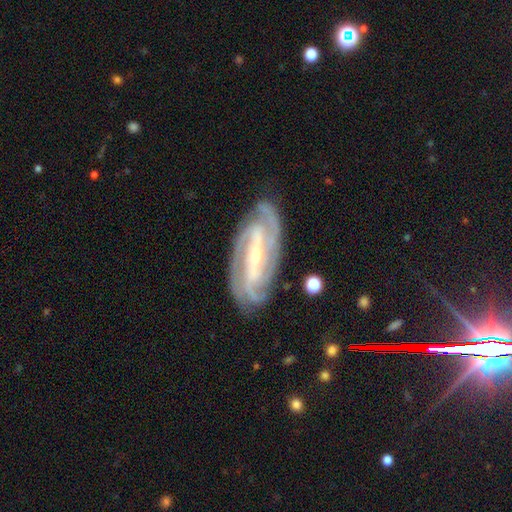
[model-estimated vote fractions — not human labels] smooth_or_featured: featured or disk (p=0.92) [alt: star or artifact p=0.04]
disk_edge_on: no (p=0.93) [alt: yes p=0.07]
bar: strong (p=0.66) [alt: weak p=0.22]
has_spiral_arms: yes (p=0.98) [alt: no p=0.02]
spiral_winding: tight (p=0.60) [alt: medium p=0.34]
spiral_arm_count: 2 (p=0.33) [alt: 3 p=0.31]
bulge_size: small (p=0.68) [alt: moderate p=0.28]
merging: none (p=0.82) [alt: minor disturbance p=0.13]